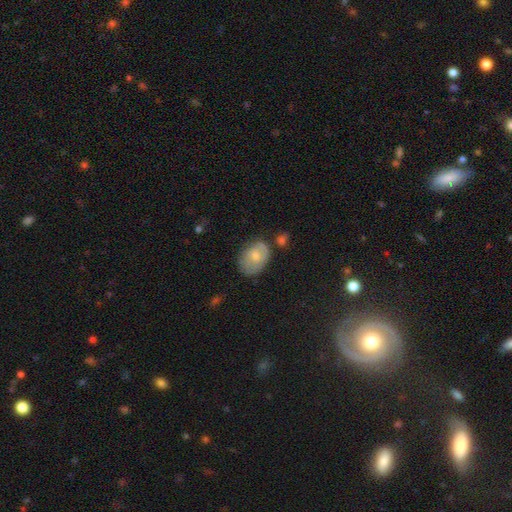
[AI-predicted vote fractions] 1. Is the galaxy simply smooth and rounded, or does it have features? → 64% smooth, 29% featured or disk, 7% star or artifact.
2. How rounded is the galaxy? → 75% in between, 24% round, 1% cigar-shaped.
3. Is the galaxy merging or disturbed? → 54% none, 30% minor disturbance, 11% major disturbance, 6% merger.